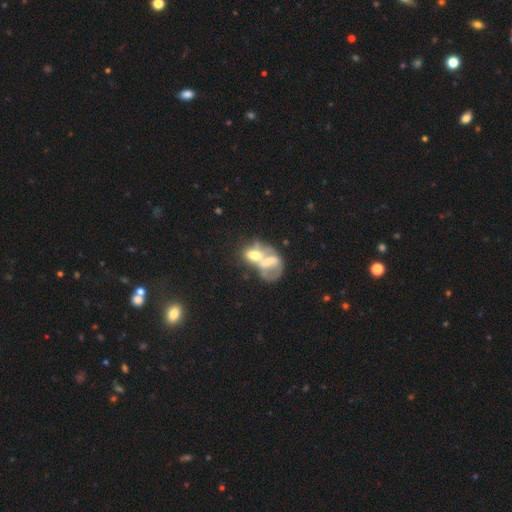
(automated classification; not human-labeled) smooth-or-featured: featured or disk: 54% | smooth: 36% | star or artifact: 10%
  disk-edge-on: no: 96% | yes: 4%
    bar: no: 62% | weak: 24% | strong: 14%
    has-spiral-arms: no: 67% | yes: 33%
    bulge-size: moderate: 47% | small: 24% | large: 14% | none: 13% | dominant: 3%
  merging: merger: 73% | none: 11% | major disturbance: 10% | minor disturbance: 6%